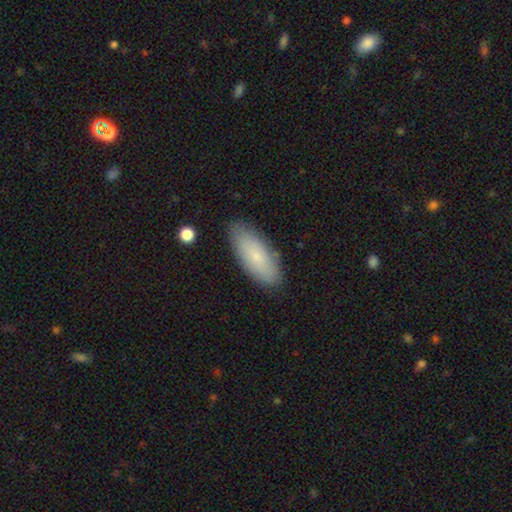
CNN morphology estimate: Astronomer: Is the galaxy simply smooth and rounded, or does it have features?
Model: smooth — 78%.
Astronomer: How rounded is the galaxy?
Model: in between — 80%.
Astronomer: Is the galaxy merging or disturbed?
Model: none — 85%.